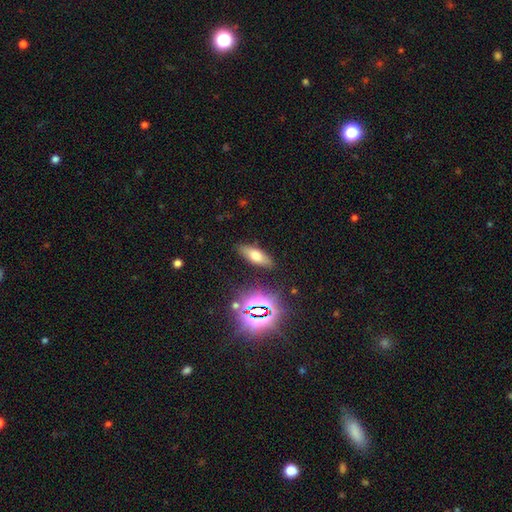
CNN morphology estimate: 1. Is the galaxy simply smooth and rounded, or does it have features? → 62% smooth, 22% featured or disk, 16% star or artifact.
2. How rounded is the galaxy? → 63% in between, 33% cigar-shaped, 5% round.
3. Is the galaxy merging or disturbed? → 86% none, 9% minor disturbance, 3% major disturbance, 2% merger.